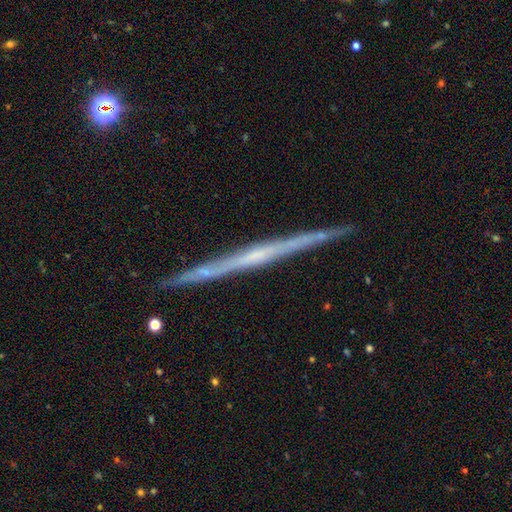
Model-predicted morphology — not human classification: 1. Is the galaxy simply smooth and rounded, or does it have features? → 78% featured or disk, 16% smooth, 6% star or artifact.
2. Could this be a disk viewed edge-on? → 98% yes, 2% no.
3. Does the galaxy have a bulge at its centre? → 69% none, 24% rounded, 7% boxy.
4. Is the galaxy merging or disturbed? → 91% none, 6% minor disturbance, 1% merger, 1% major disturbance.